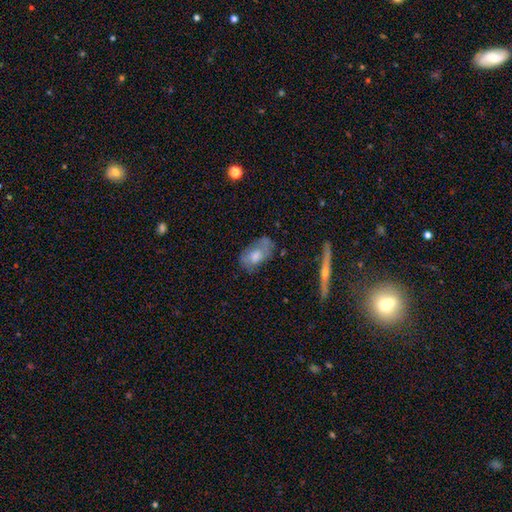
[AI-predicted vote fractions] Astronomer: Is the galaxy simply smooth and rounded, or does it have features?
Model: smooth — 55% (runner-up: featured or disk, 38%).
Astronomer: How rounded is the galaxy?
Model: in between — 89%.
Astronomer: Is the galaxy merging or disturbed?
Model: none — 57%.